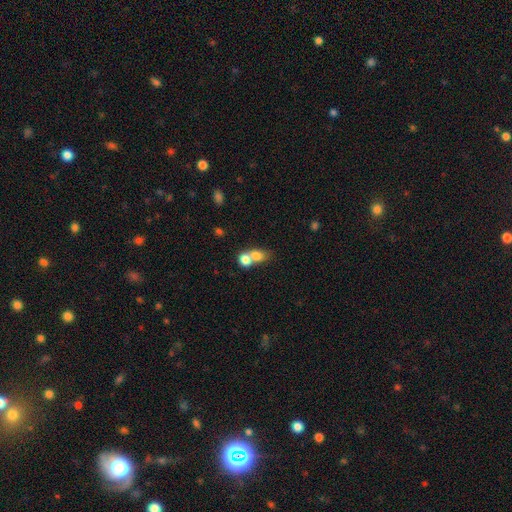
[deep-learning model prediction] The model was most divided on "how rounded" (2-way tie): round: 49%, in between: 49%, cigar-shaped: 2%. More confident: smooth or featured — smooth (76%); merging — merger (68%).